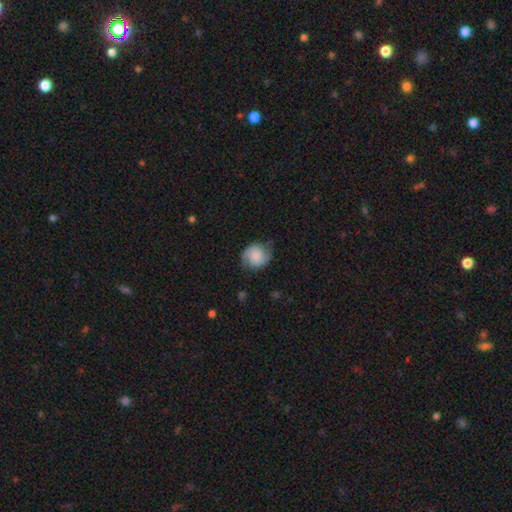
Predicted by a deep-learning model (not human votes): Overall: smooth (47%; featured or disk 45%). Merging: none (68%).